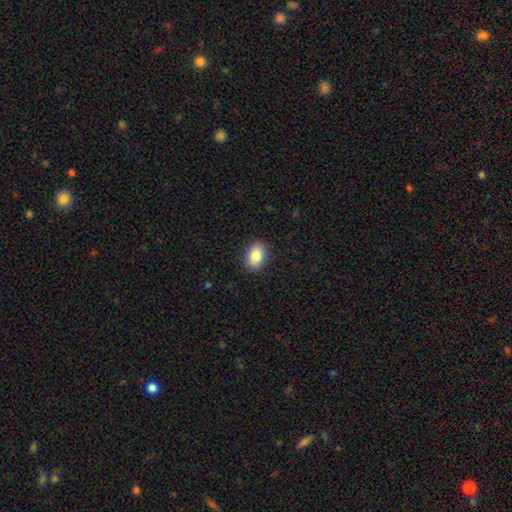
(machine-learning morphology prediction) A smooth galaxy with no disk features (84%) that is in between round and cigar-shaped (82%).

Vote fractions:
- Smooth or featured? smooth: 84% / star or artifact: 8% / featured or disk: 8%
- How rounded? in between: 82% / round: 16% / cigar-shaped: 1%
- Merging? none: 90% / minor disturbance: 7% / major disturbance: 2% / merger: 1%